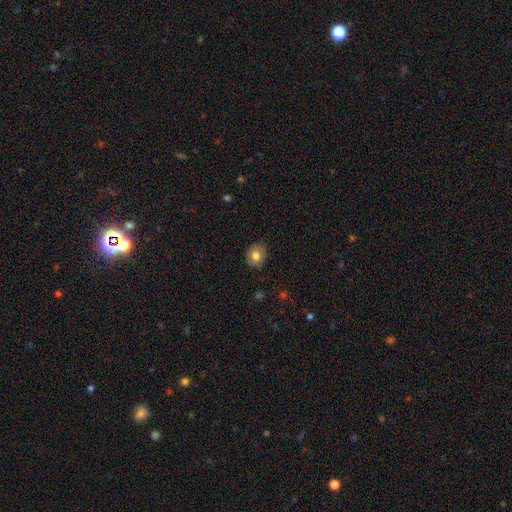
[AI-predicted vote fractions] Smooth or featured? smooth (74%)
How rounded? round (68%)
Merging? none (83%)